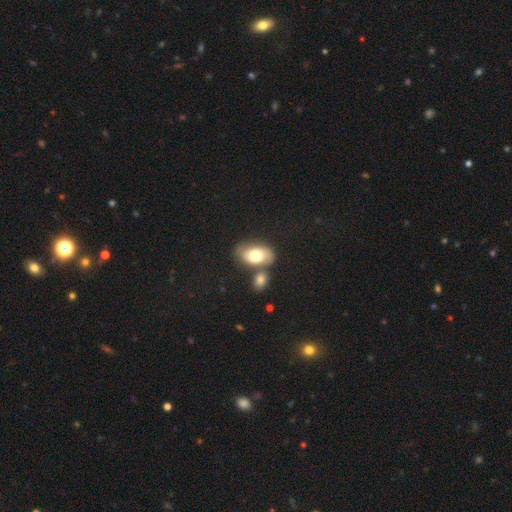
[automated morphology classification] A smooth galaxy with no disk features (69%) that is in between round and cigar-shaped (90%).

Vote fractions:
- Smooth or featured? smooth: 69% / featured or disk: 24% / star or artifact: 7%
- How rounded? in between: 90% / round: 8% / cigar-shaped: 2%
- Merging? none: 54% / merger: 28% / minor disturbance: 14% / major disturbance: 5%